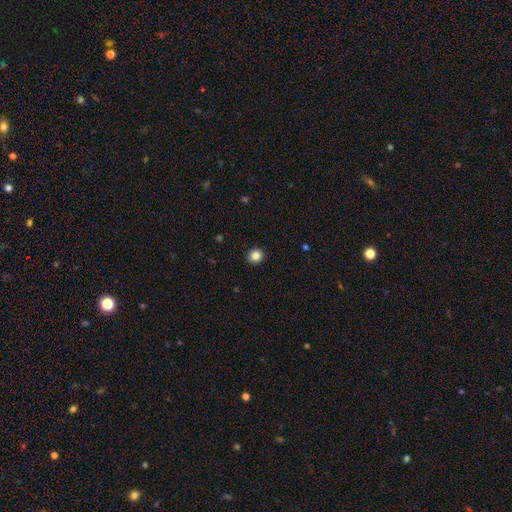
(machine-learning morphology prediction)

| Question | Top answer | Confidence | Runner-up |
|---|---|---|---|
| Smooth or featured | smooth | 84% | star or artifact (11%) |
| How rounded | round | 85% | in between (14%) |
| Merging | none | 92% | minor disturbance (6%) |